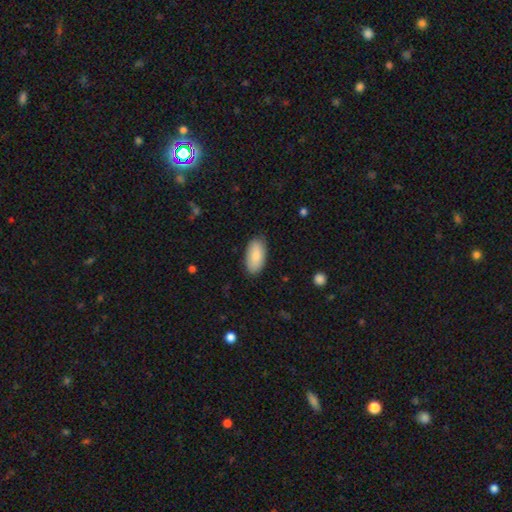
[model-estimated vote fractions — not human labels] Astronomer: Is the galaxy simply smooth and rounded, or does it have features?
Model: smooth — 83%.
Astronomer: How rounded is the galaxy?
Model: in between — 94%.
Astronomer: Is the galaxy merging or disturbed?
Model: none — 84%.